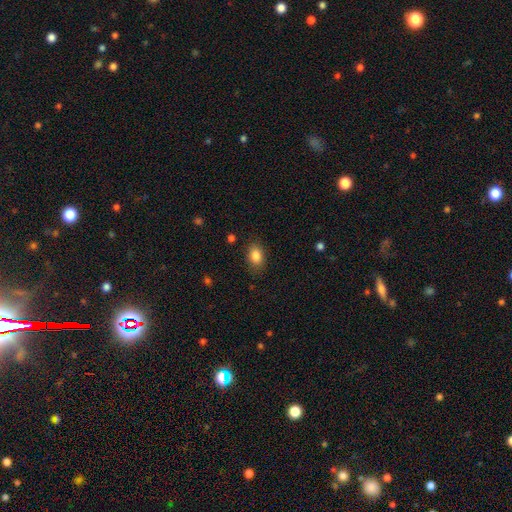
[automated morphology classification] type=smooth (85%); roundness=in between (81%); merging=none (84%).